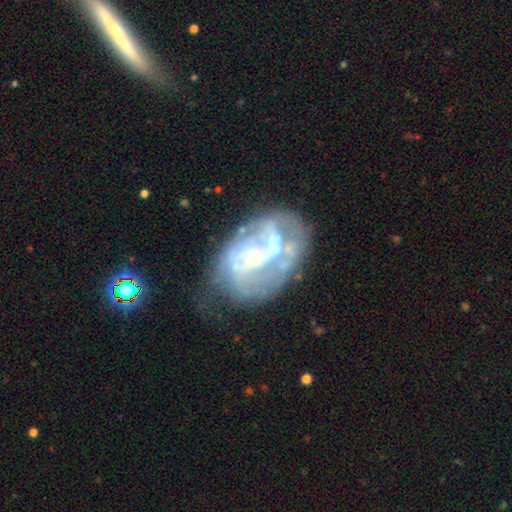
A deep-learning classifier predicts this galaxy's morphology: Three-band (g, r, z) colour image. It shows a featured or disk galaxy (76%) with no bar (60%), spiral arms (59%) and a small central bulge (60%). Merging: none (35%).